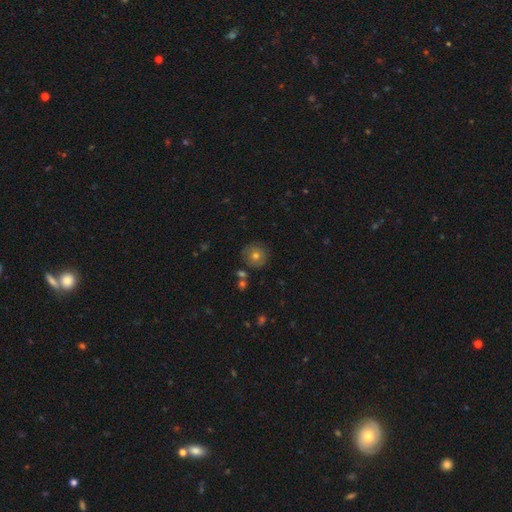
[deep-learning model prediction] This is likely a smooth galaxy (67%). How rounded: clearly round (94%). Merging: clearly none (84%).